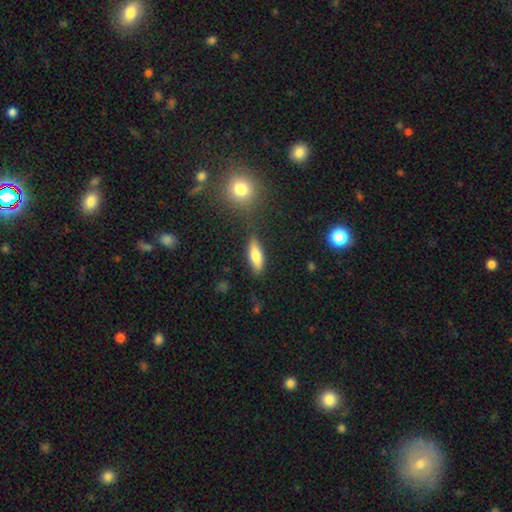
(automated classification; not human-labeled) The model was most divided on "how rounded": in between: 57%, cigar-shaped: 40%, round: 3%. More confident: merging — none (81%); smooth or featured — smooth (75%).